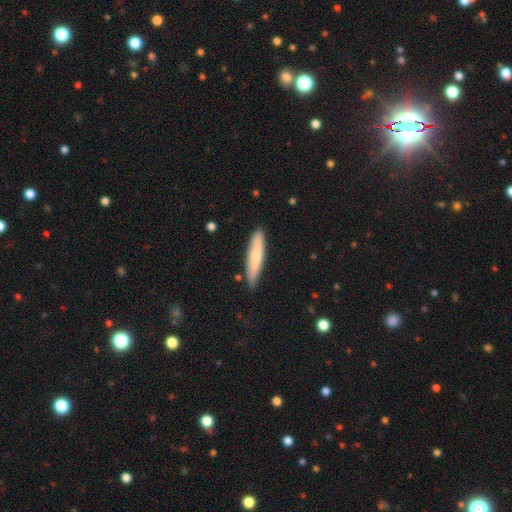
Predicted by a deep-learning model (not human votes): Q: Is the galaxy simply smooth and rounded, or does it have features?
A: smooth — 72%.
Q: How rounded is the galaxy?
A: cigar-shaped — 86%.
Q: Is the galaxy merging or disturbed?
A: none — 84%.